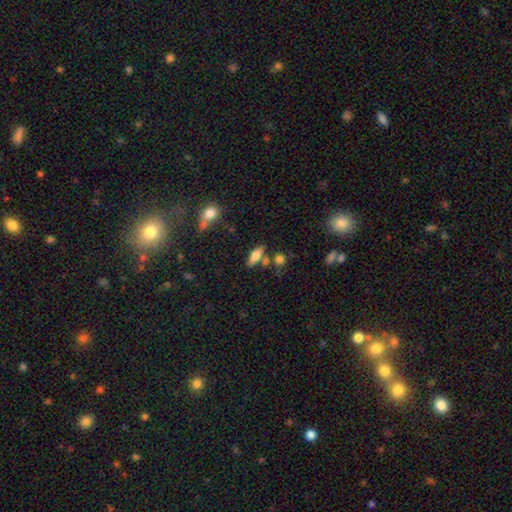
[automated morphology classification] smooth 61%, featured or disk 30%, star or artifact 9%. Down the decision tree: how rounded — in between (65%); merging — none (70%).